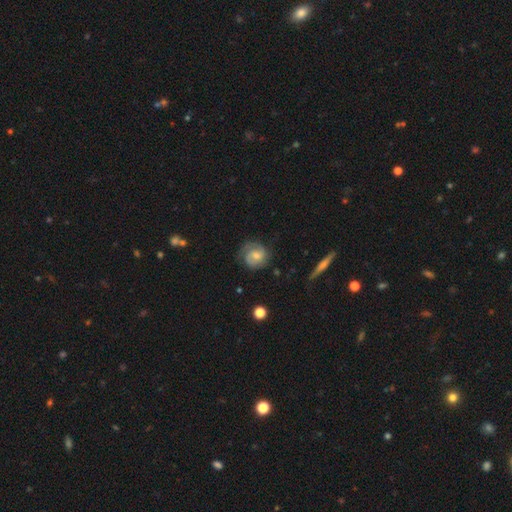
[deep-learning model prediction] Smooth or featured: featured or disk — 66% (smooth — 27%)
Edge-on disk: no — 97% (yes — 3%)
Bar: no — 53% (weak — 40%)
Spiral arms: yes — 92% (no — 8%)
Spiral winding: tight — 48% (medium — 38%)
Spiral arm count: 2 — 60% (1 — 16%)
Bulge size: moderate — 49% (small — 39%)
Merging: none — 69% (minor disturbance — 20%)